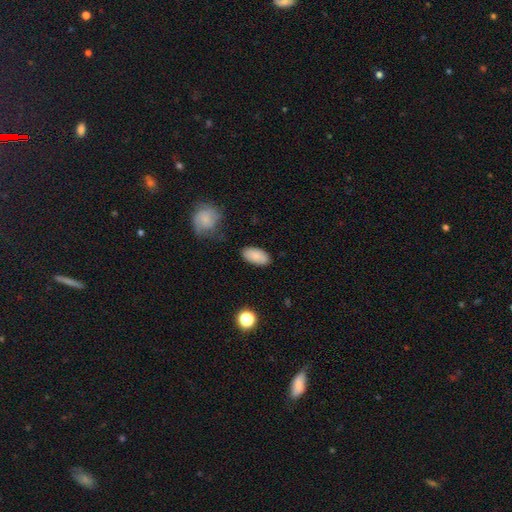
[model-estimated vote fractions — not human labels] Smooth or featured? Predicted: smooth (p=0.85). How rounded? Predicted: in between (p=0.94). Merging? Predicted: none (p=0.82).